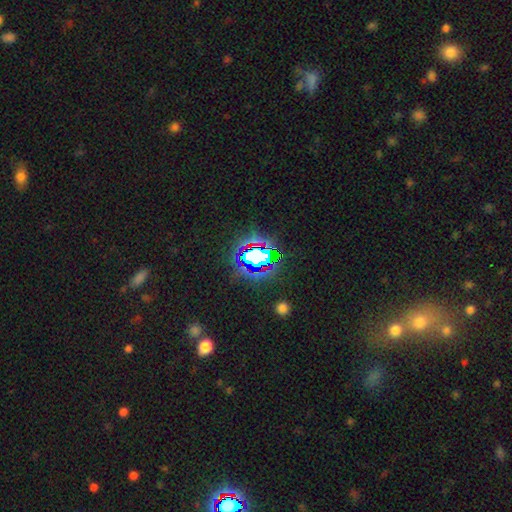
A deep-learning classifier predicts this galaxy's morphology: The model was most divided on "smooth or featured": star or artifact: 69%, smooth: 17%, featured or disk: 15%.